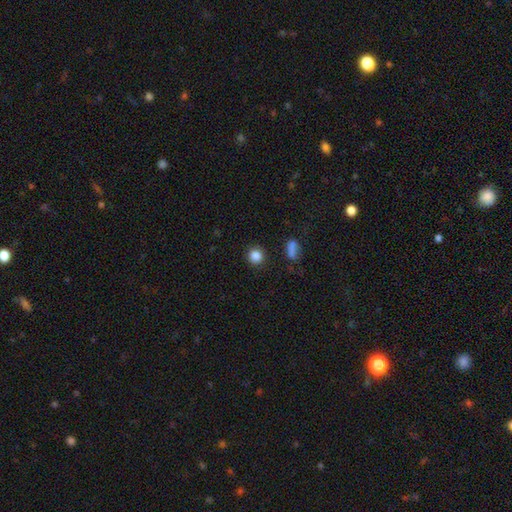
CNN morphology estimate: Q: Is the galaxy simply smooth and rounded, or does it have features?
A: smooth — 85%.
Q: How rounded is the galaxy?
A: round — 92%.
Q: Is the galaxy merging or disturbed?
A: none — 90%.